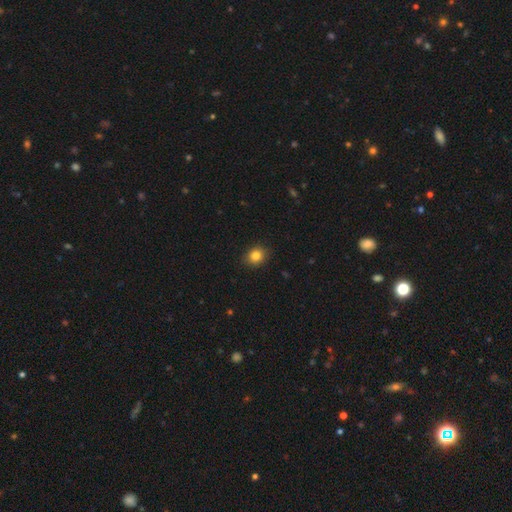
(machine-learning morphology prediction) A smooth galaxy with no disk features (83%) that is round (61%). Merging: none (88%).